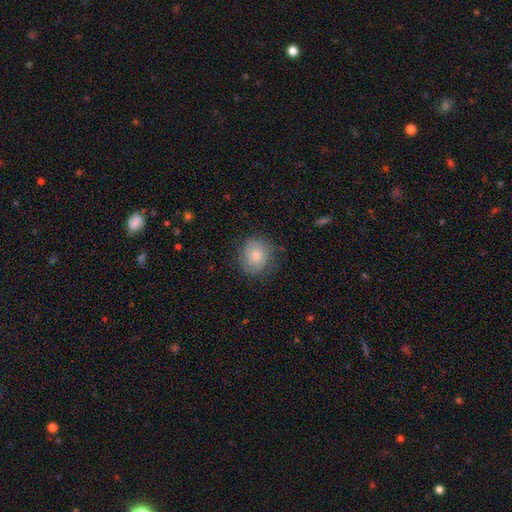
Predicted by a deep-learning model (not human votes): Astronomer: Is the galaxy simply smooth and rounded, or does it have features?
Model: smooth — 64%.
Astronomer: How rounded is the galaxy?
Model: round — 77%.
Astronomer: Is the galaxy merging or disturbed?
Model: none — 75%.